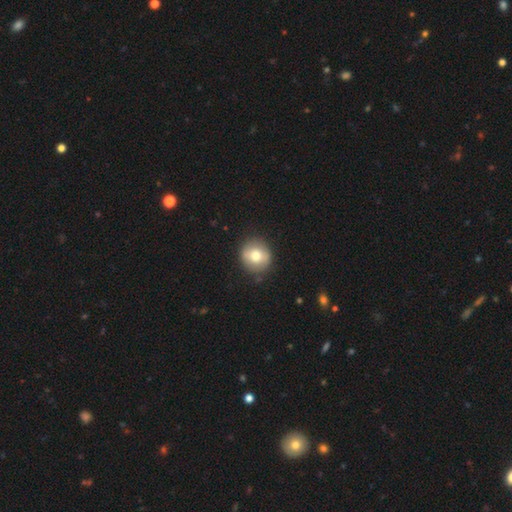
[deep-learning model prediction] Morphology: type=smooth (68%); roundness=round (91%); merging=none (85%).